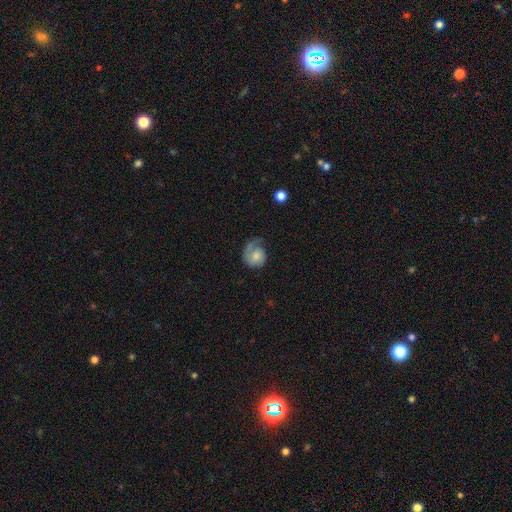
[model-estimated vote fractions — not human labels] Smooth or featured: featured or disk — 55% (smooth — 37%)
Edge-on disk: no — 98% (yes — 2%)
Bar: no — 76% (weak — 21%)
Spiral arms: yes — 88% (no — 12%)
Bulge size: small — 36% (moderate — 35%)
Merging: none — 42% (major disturbance — 32%)